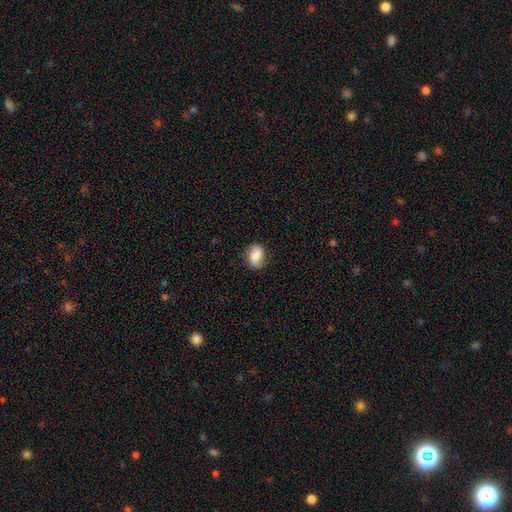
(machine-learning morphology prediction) smooth-or-featured: smooth: 63% | featured or disk: 28% | star or artifact: 9%
  how-rounded: in between: 70% | round: 28% | cigar-shaped: 2%
  merging: none: 73% | minor disturbance: 20% | major disturbance: 6% | merger: 1%